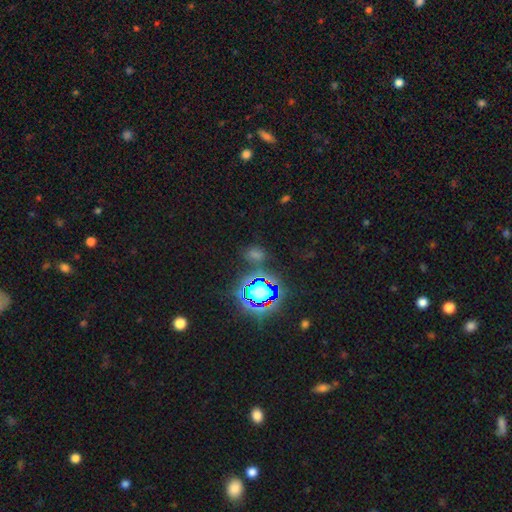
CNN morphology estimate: type=star or artifact (52%).